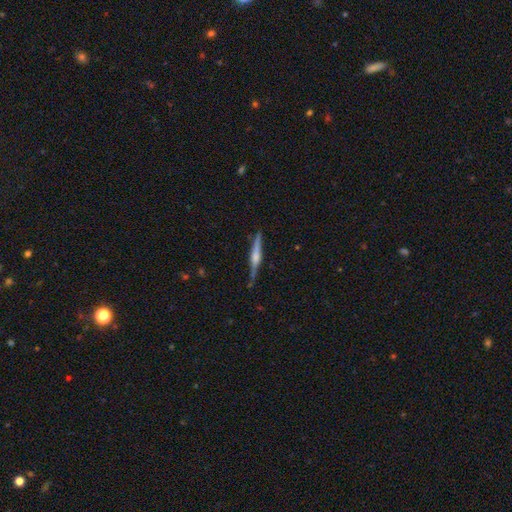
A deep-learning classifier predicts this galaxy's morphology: Smooth or featured? Predicted: featured or disk (p=0.66). Edge-on disk? Predicted: yes (p=0.97). Edge-on bulge? Predicted: rounded (p=0.66). Merging? Predicted: none (p=0.79).